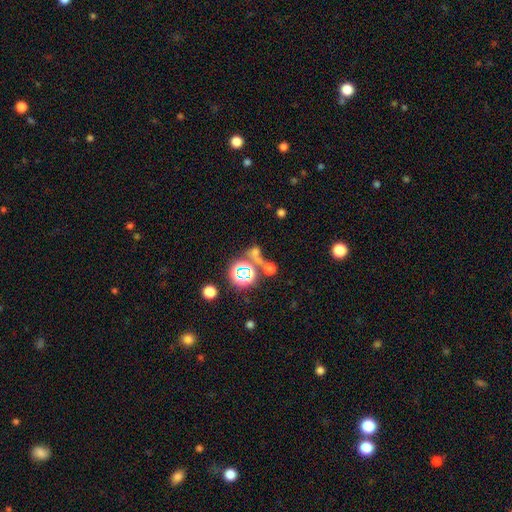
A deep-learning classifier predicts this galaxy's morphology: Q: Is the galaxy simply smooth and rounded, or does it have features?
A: smooth — 45%.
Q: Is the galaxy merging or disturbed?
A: none — 47%.